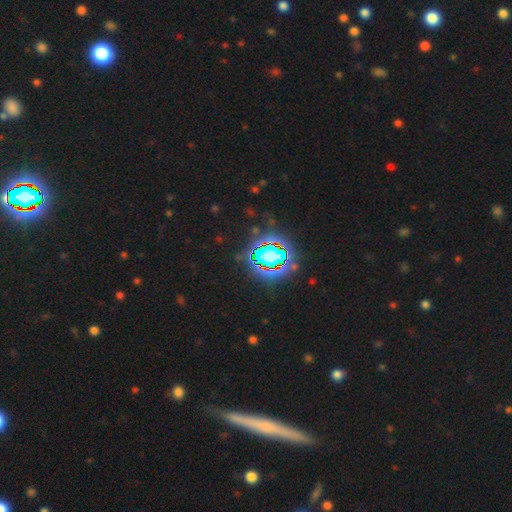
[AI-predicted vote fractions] This appears to be a star or artifact, not a galaxy (80%).